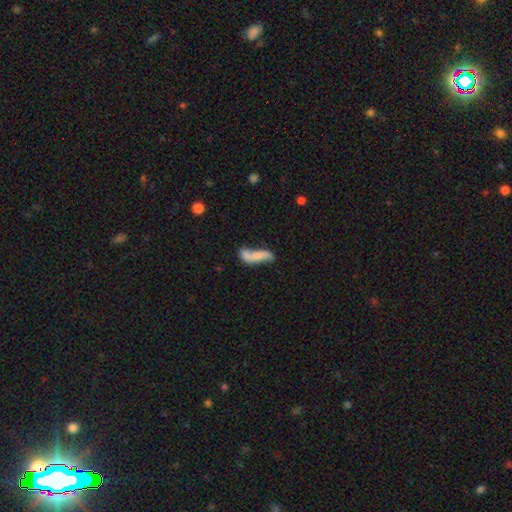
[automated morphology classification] smooth 54%, featured or disk 37%, star or artifact 8%. Down the decision tree: how rounded — cigar-shaped (52%); merging — merger (36%).